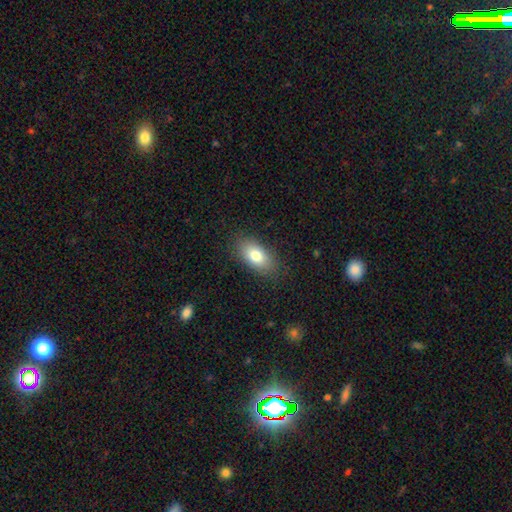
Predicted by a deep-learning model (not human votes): This appears to be a smooth galaxy with no disk features (78%) that is in between round and cigar-shaped (88%). Merging: none (87%).